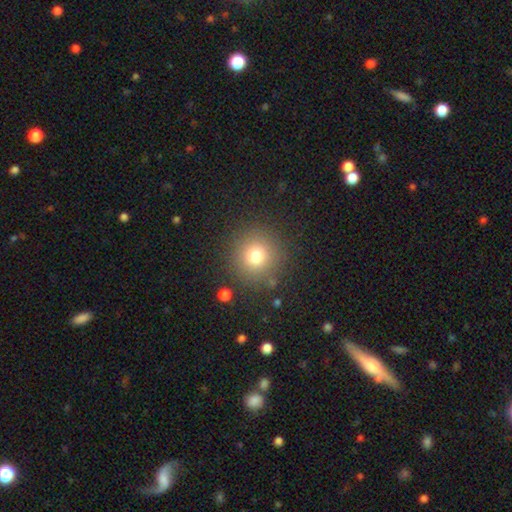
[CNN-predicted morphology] smooth-or-featured: smooth: 74% | star or artifact: 16% | featured or disk: 10%
  how-rounded: round: 95% | in between: 4% | cigar-shaped: 1%
  merging: none: 87% | minor disturbance: 7% | major disturbance: 4% | merger: 2%